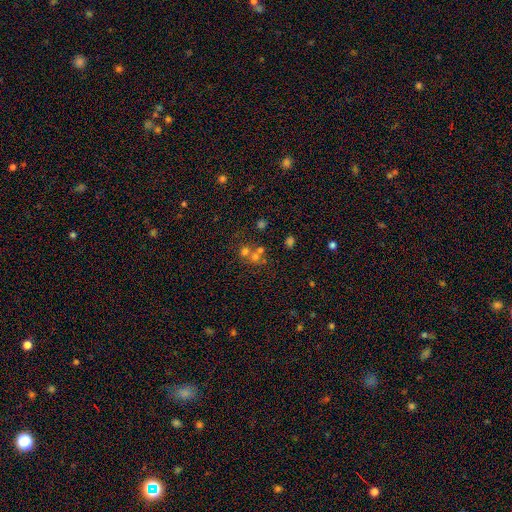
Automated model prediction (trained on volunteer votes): Smooth or featured: smooth — 53% (star or artifact — 26%)
How rounded: round — 82% (in between — 17%)
Merging: merger — 47% (none — 42%)